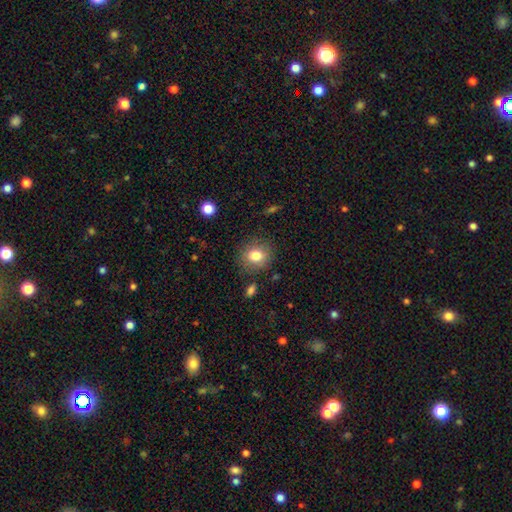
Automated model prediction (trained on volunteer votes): The model was most divided on "how rounded": round: 72%, in between: 27%, cigar-shaped: 1%. More confident: merging — none (84%); smooth or featured — smooth (80%).